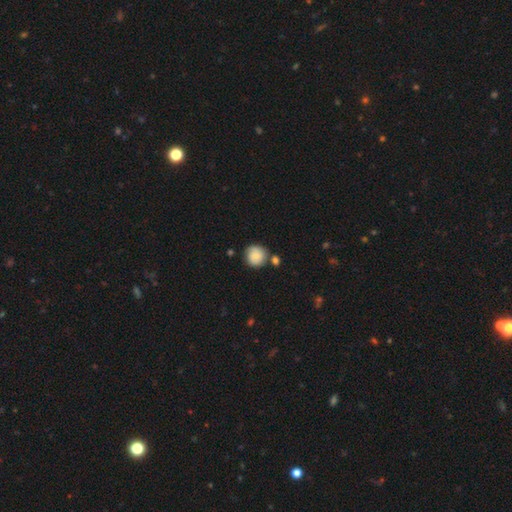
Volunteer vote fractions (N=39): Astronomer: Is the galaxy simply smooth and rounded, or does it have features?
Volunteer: smooth — 82%.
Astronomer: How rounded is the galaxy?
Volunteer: round — 91%.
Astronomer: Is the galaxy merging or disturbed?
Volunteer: none — 74%.